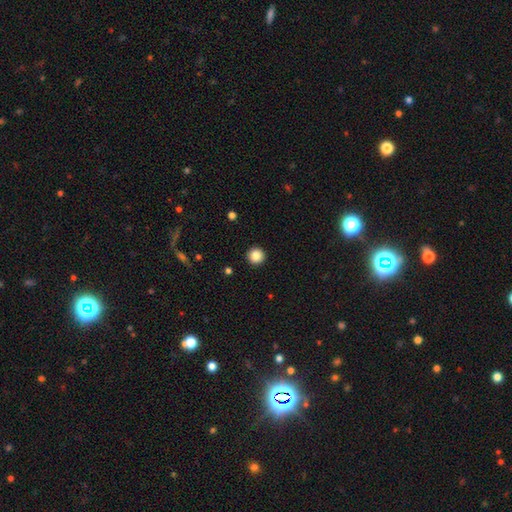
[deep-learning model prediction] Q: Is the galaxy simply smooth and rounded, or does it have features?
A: smooth — 86%.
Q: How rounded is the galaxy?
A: round — 95%.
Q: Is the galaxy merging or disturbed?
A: none — 93%.